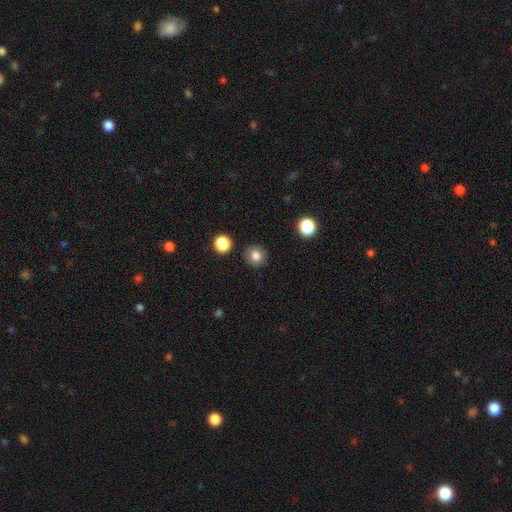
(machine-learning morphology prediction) type=smooth (81%); roundness=round (91%); merging=none (89%).